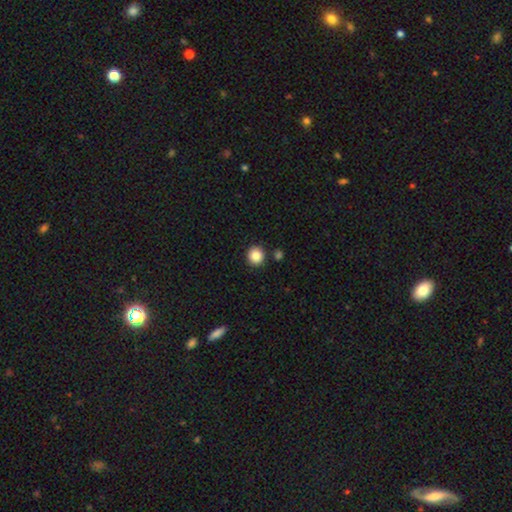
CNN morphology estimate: This is clearly a smooth galaxy (87%). How rounded: clearly round (92%). Merging: clearly none (88%).